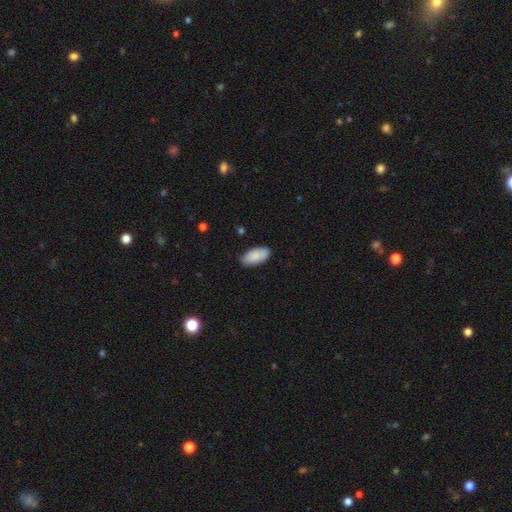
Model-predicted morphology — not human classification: This is clearly a smooth galaxy (86%). How rounded: clearly in between (93%). Merging: likely none (80%).